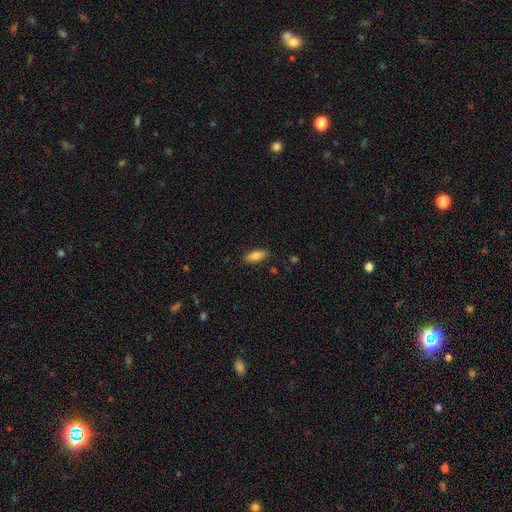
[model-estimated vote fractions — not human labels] A smooth galaxy with no disk features (78%) that is in between round and cigar-shaped (75%). Merging: none (86%).